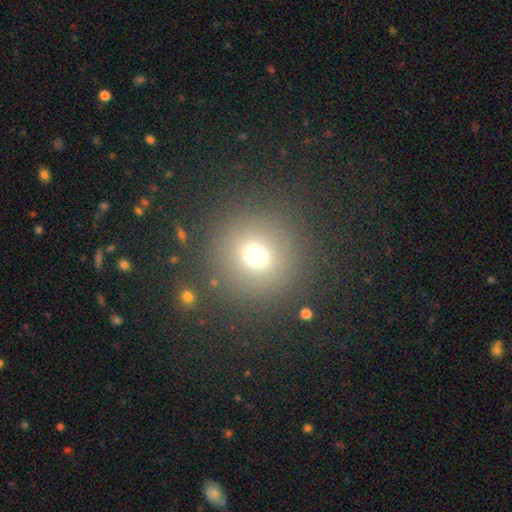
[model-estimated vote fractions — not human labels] Smooth or featured: smooth — 69% (star or artifact — 22%)
How rounded: round — 95% (in between — 4%)
Merging: none — 85% (minor disturbance — 7%)